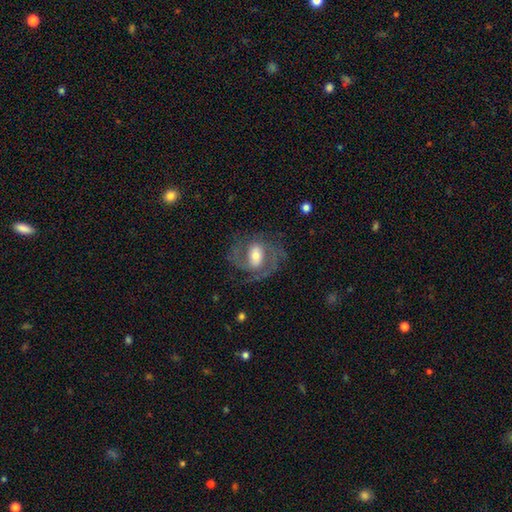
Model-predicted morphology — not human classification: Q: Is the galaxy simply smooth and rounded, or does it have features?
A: featured or disk — 78%.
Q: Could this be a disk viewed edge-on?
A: no — 97%.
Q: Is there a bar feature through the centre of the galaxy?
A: weak — 44%.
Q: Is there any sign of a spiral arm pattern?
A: yes — 90%.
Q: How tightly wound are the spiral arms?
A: medium — 53%.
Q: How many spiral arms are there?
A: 2 — 72%.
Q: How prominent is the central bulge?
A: moderate — 55%.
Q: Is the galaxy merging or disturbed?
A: none — 66%.